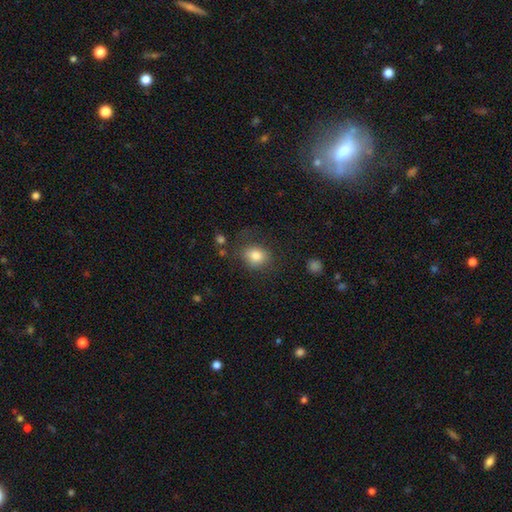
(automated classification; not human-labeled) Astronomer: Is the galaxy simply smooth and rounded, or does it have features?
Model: smooth — 83%.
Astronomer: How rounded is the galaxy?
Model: round — 51% (runner-up: in between, 48%).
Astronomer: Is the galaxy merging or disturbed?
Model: none — 71%.